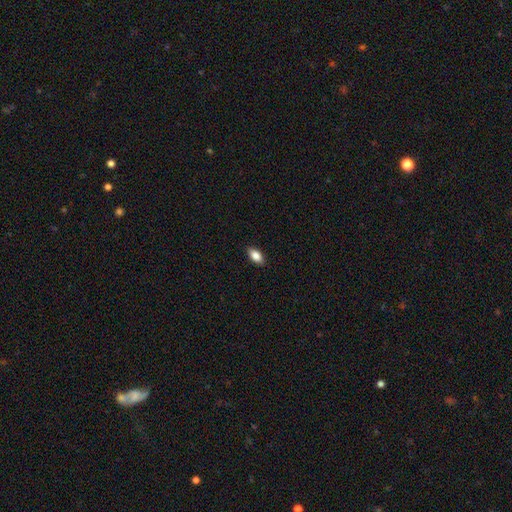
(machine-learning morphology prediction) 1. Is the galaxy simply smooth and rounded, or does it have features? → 86% smooth, 7% star or artifact, 7% featured or disk.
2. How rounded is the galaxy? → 90% in between, 6% cigar-shaped, 4% round.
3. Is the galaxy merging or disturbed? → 89% none, 8% minor disturbance, 2% major disturbance, 1% merger.